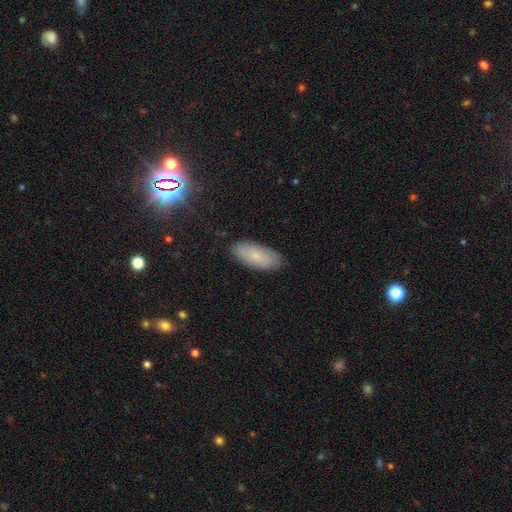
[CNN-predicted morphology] smooth 73%, featured or disk 17%, star or artifact 10%. Down the decision tree: how rounded — in between (85%); merging — none (85%).